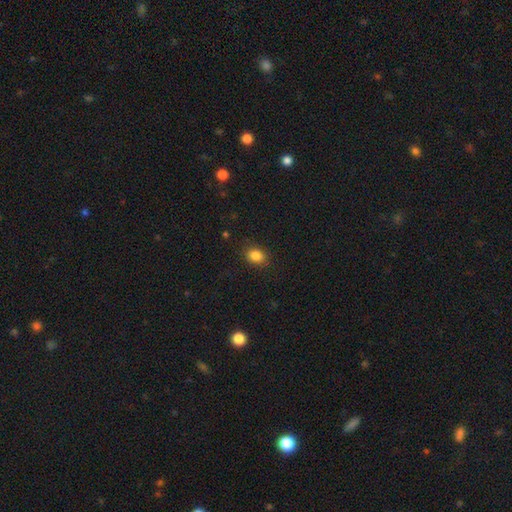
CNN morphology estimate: smooth 85%, star or artifact 10%, featured or disk 5%. Down the decision tree: how rounded — in between (54%); merging — none (87%).